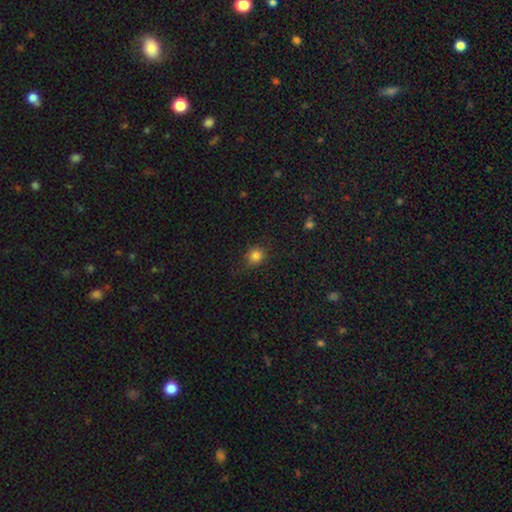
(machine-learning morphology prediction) Smooth or featured: smooth — 82% (star or artifact — 13%)
How rounded: round — 81% (in between — 18%)
Merging: none — 83% (minor disturbance — 12%)